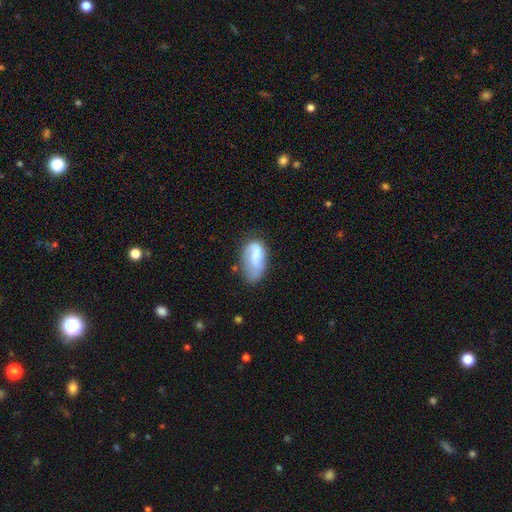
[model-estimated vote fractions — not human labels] Q: Smooth or featured?
A: smooth (63%); runner-up: featured or disk (30%)
Q: How rounded?
A: in between (93%); runner-up: round (4%)
Q: Merging?
A: none (43%); runner-up: minor disturbance (32%)